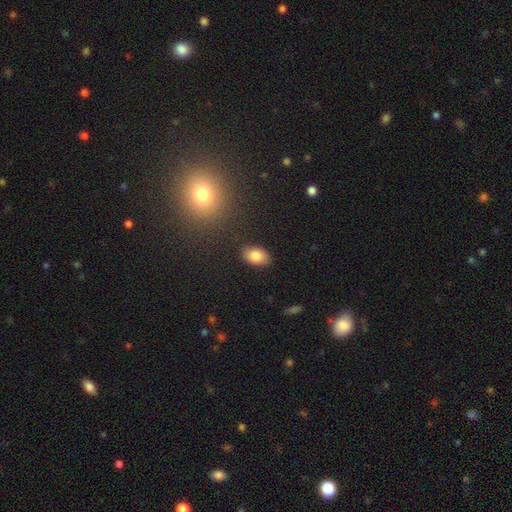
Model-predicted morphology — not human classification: Overall: smooth (82%). How rounded: in between (88%). Merging: none (87%).